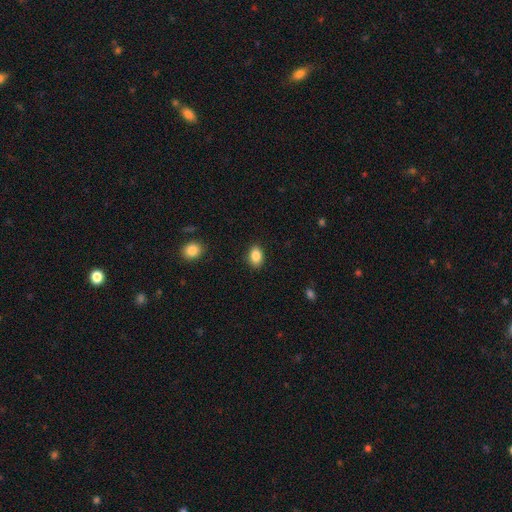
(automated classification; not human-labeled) Smooth or featured: smooth — 87% (star or artifact — 9%)
How rounded: in between — 81% (round — 18%)
Merging: none — 88% (minor disturbance — 8%)